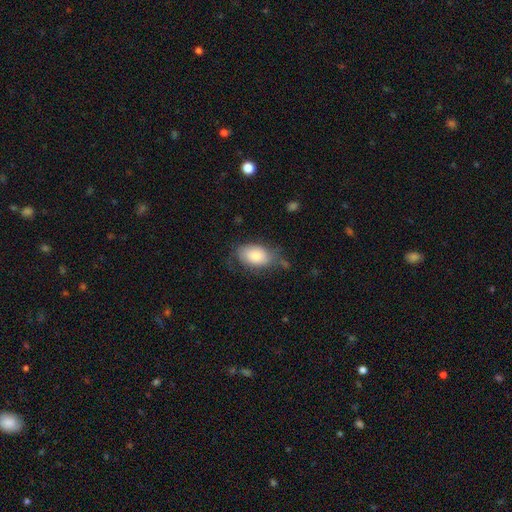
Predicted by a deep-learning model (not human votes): The model was most divided on "merging": none: 55%, minor disturbance: 30%, major disturbance: 13%, merger: 3%. More confident: how rounded — in between (92%); smooth or featured — smooth (80%).